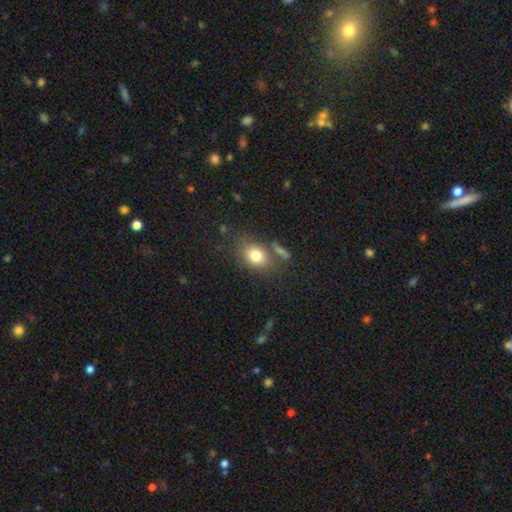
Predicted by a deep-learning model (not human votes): smooth 78%, featured or disk 11%, star or artifact 10%. Down the decision tree: how rounded — in between (59%); merging — none (66%).